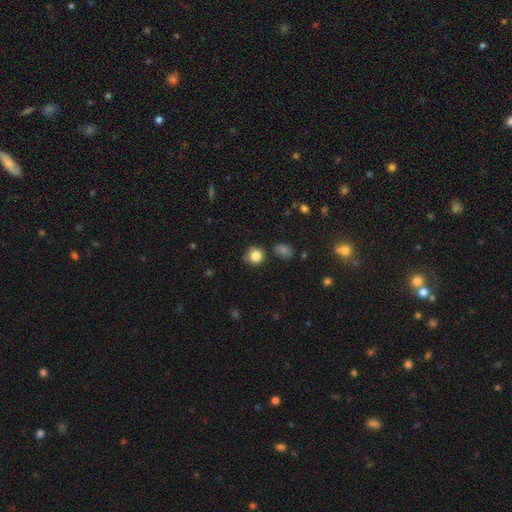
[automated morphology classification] Smooth or featured?
  - smooth: 83% *
  - star or artifact: 11%
  - featured or disk: 6%
How rounded?
  - round: 88% *
  - in between: 11%
  - cigar-shaped: 1%
Merging?
  - none: 75% *
  - minor disturbance: 16%
  - merger: 5%
  - major disturbance: 4%